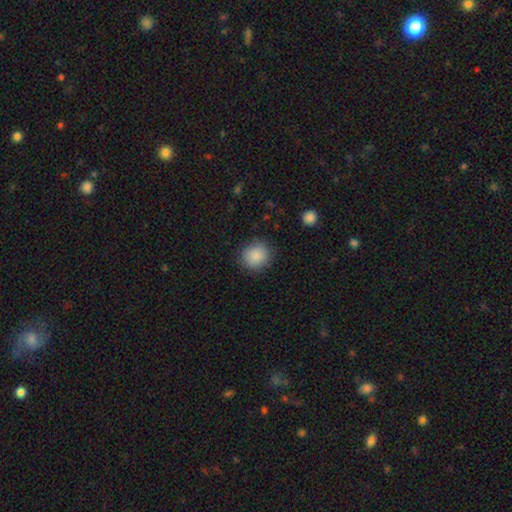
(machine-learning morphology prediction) smooth 88%, star or artifact 8%, featured or disk 4%. Down the decision tree: how rounded — round (85%); merging — none (87%).